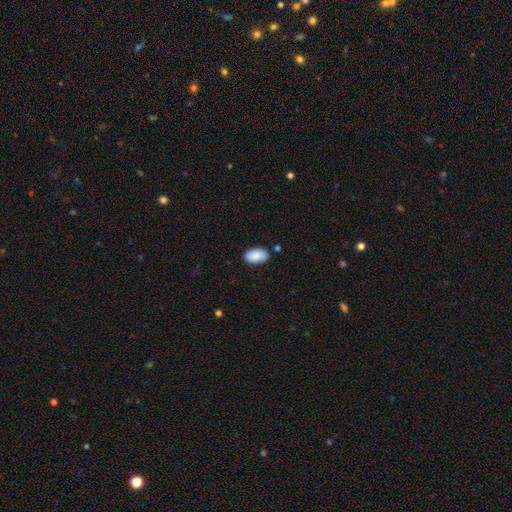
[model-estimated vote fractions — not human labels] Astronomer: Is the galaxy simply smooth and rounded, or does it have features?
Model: smooth — 89%.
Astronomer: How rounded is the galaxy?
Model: in between — 95%.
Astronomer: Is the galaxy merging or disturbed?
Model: none — 83%.